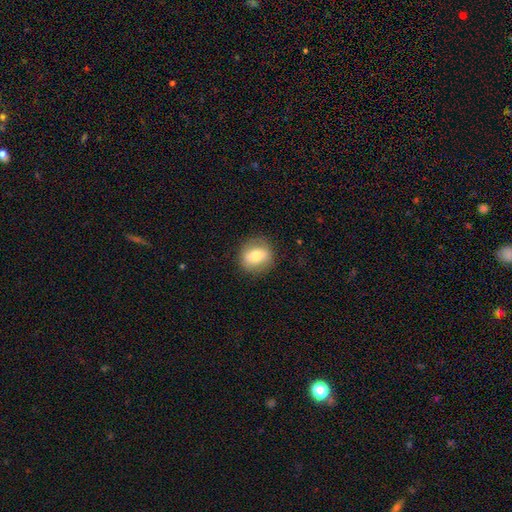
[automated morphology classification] Smooth or featured? Predicted: smooth (p=0.67). How rounded? Predicted: round (p=0.74). Merging? Predicted: none (p=0.85).